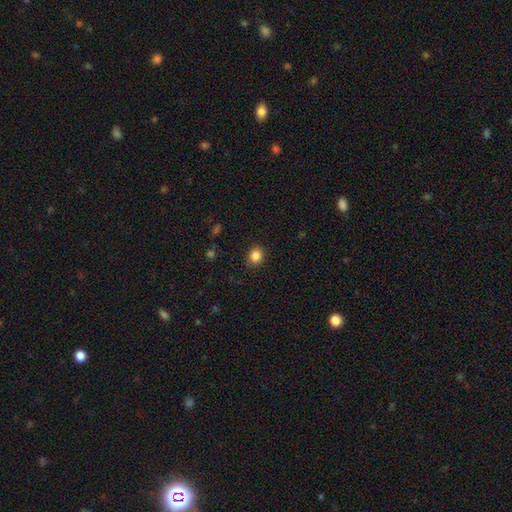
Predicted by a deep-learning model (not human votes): Smooth or featured? Predicted: smooth (p=0.85). How rounded? Predicted: round (p=0.71). Merging? Predicted: none (p=0.88).